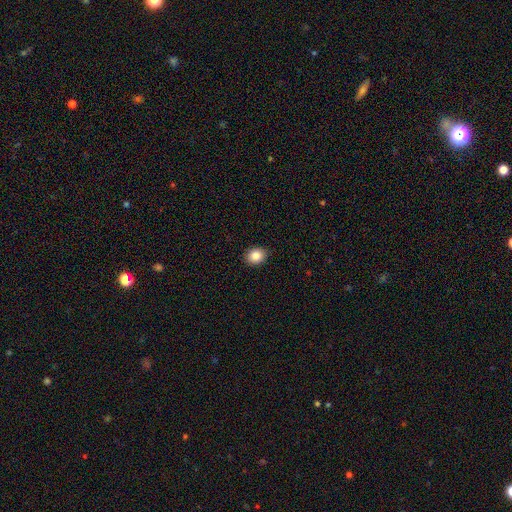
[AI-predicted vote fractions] smooth_or_featured: smooth (p=0.86) [alt: star or artifact p=0.09]
how_rounded: round (p=0.55) [alt: in between p=0.44]
merging: none (p=0.89) [alt: minor disturbance p=0.08]